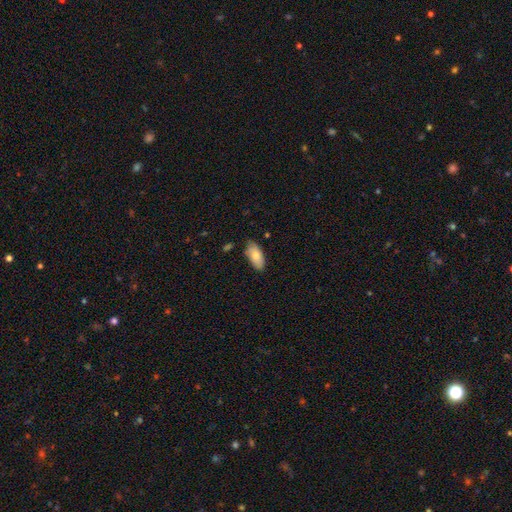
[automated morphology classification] smooth 80%, featured or disk 14%, star or artifact 6%. Down the decision tree: how rounded — in between (90%); merging — none (79%).